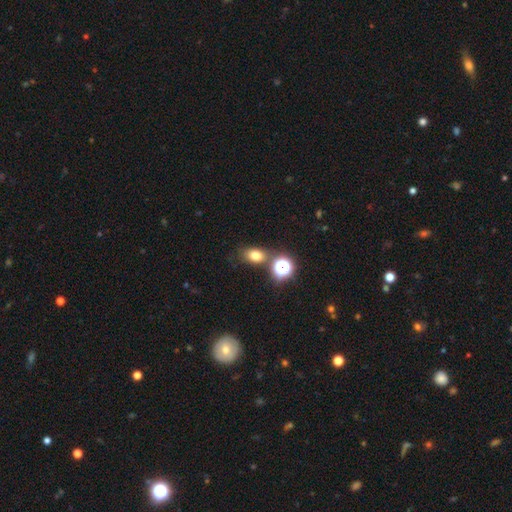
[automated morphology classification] Q: Smooth or featured?
A: smooth (72%); runner-up: star or artifact (19%)
Q: How rounded?
A: in between (65%); runner-up: round (33%)
Q: Merging?
A: none (71%); runner-up: merger (12%)